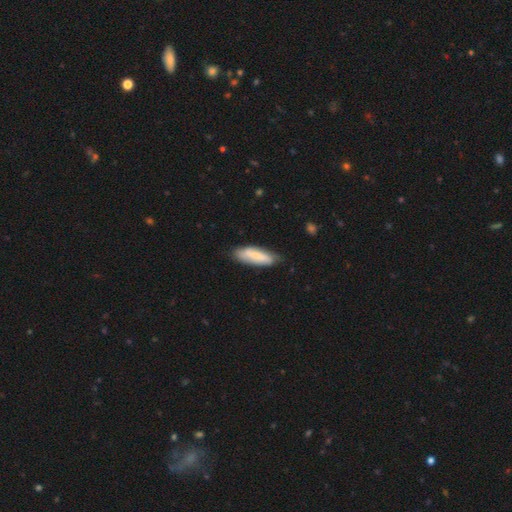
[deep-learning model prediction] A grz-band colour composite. It shows a smooth galaxy with no disk features (66%) that is in between round and cigar-shaped (52%). Merging: none (71%).